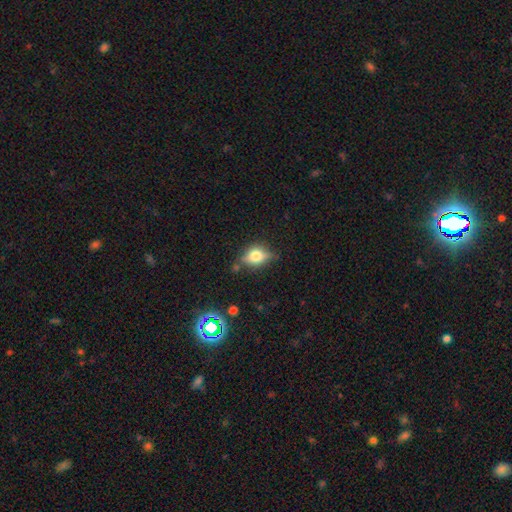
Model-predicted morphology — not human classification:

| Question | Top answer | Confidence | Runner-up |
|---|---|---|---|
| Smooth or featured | smooth | 48% | featured or disk (40%) |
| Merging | none | 68% | minor disturbance (21%) |